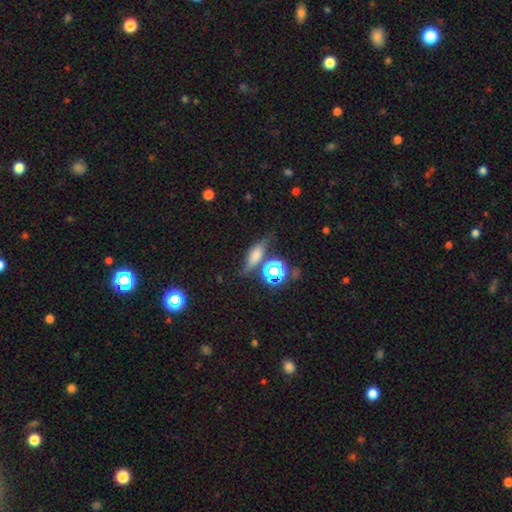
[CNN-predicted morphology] This appears to be a smooth galaxy with no disk features (57%) that is cigar-shaped (45%). Merging: none (61%).